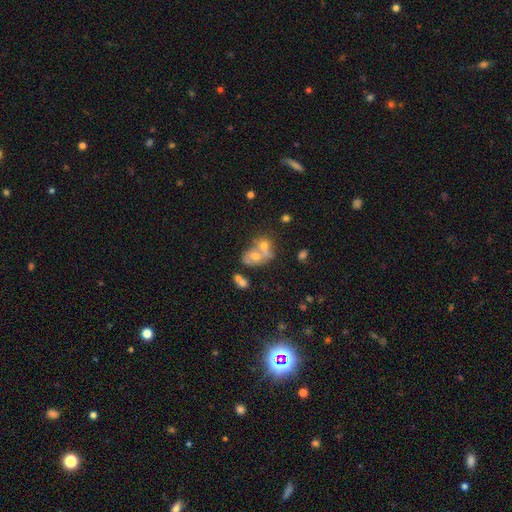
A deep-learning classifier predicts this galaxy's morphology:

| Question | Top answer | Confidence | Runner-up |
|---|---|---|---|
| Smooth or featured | smooth | 40% | featured or disk (33%) |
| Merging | merger | 59% | none (27%) |